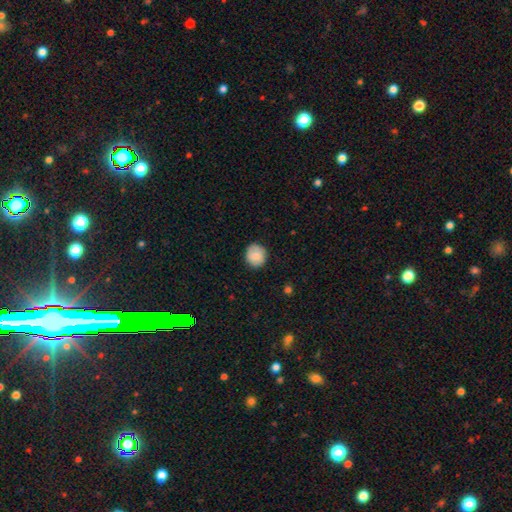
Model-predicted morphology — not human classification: Smooth or featured?
  - smooth: 84% *
  - featured or disk: 8%
  - star or artifact: 8%
How rounded?
  - round: 84% *
  - in between: 15%
  - cigar-shaped: 1%
Merging?
  - none: 84% *
  - minor disturbance: 13%
  - major disturbance: 2%
  - merger: 1%